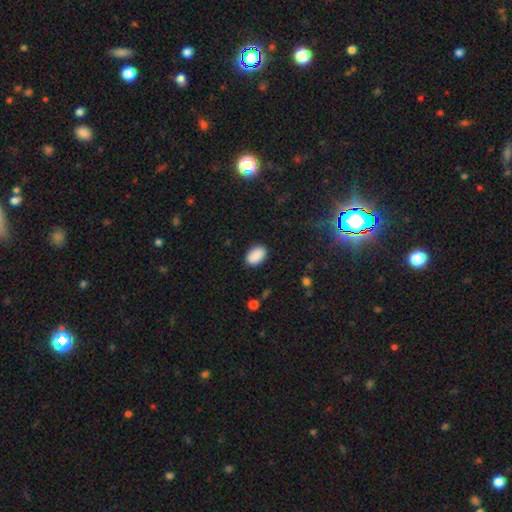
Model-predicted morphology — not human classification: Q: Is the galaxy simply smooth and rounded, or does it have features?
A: smooth — 90%.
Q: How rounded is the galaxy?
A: in between — 91%.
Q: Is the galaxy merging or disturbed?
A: none — 88%.